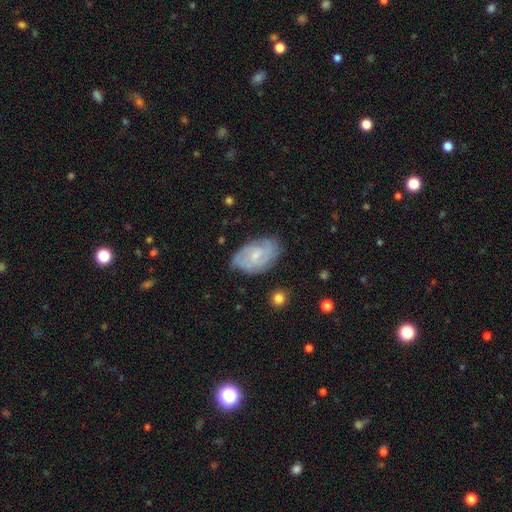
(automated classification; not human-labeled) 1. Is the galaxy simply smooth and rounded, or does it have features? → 67% featured or disk, 26% smooth, 7% star or artifact.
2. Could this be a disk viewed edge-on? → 96% no, 4% yes.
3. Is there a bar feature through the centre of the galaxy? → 47% weak, 45% no, 8% strong.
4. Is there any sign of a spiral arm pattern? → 86% yes, 14% no.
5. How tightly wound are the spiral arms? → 52% tight, 36% medium, 12% loose.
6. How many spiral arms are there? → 39% can't tell, 34% 2, 15% 3, 6% 4, 4% 1, 3% more than 4.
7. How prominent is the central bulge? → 63% small, 26% moderate, 9% none, 1% large, 1% dominant.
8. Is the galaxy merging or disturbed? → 69% none, 23% minor disturbance, 6% major disturbance, 2% merger.